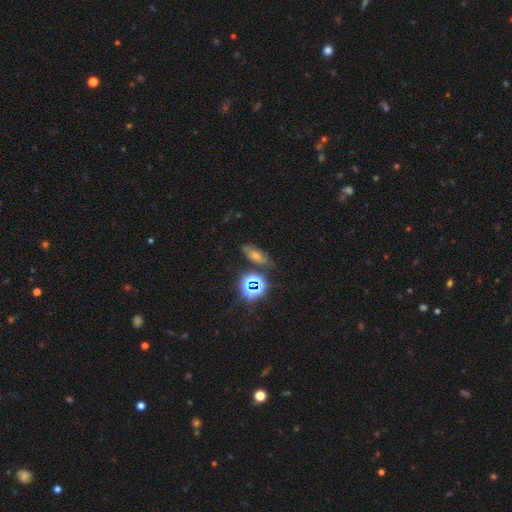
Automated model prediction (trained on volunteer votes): Smooth or featured?
  - star or artifact: 48% *
  - smooth: 31%
  - featured or disk: 21%